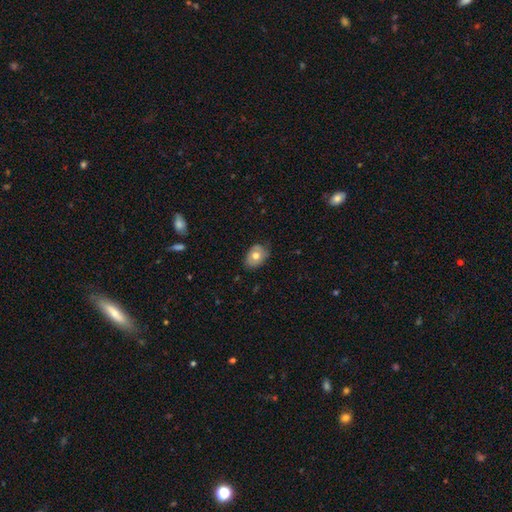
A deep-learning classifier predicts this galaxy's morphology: Q: Smooth or featured?
A: smooth (65%); runner-up: featured or disk (28%)
Q: How rounded?
A: in between (72%); runner-up: round (27%)
Q: Merging?
A: none (74%); runner-up: minor disturbance (21%)